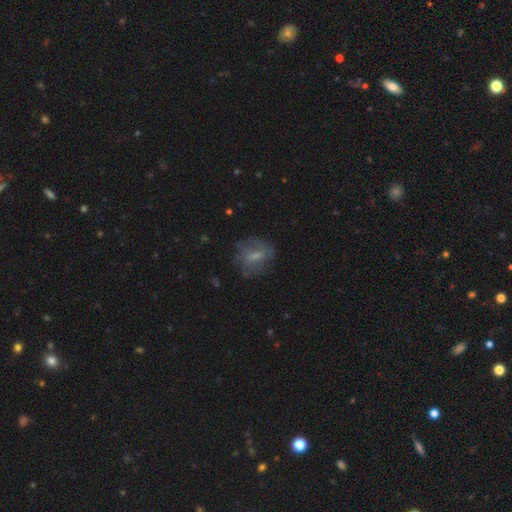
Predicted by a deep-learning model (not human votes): Morphology: type=smooth (45%, tied with featured or disk); merging=none (62%).